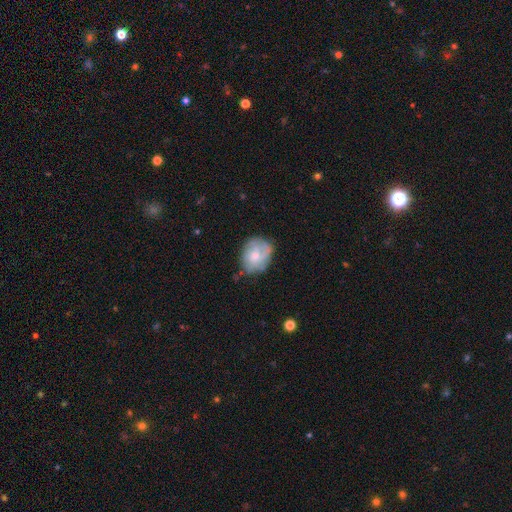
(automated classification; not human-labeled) A smooth galaxy with no disk features (52%) that is in between round and cigar-shaped (50%). Merging: none (60%).